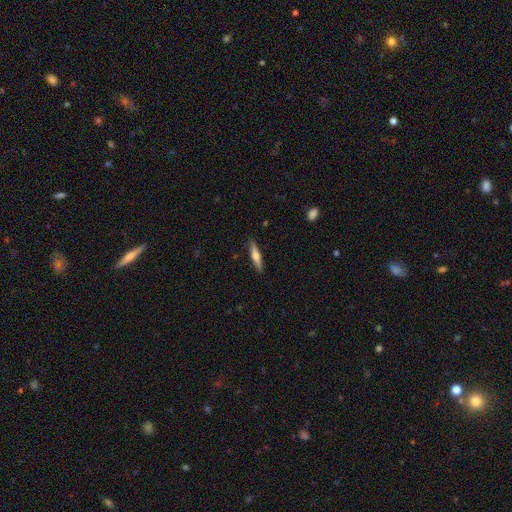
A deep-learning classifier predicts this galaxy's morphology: Smooth or featured?
  - smooth: 52% *
  - featured or disk: 43%
  - star or artifact: 6%
How rounded?
  - cigar-shaped: 85% *
  - in between: 14%
  - round: 2%
Merging?
  - none: 89% *
  - minor disturbance: 8%
  - major disturbance: 2%
  - merger: 1%